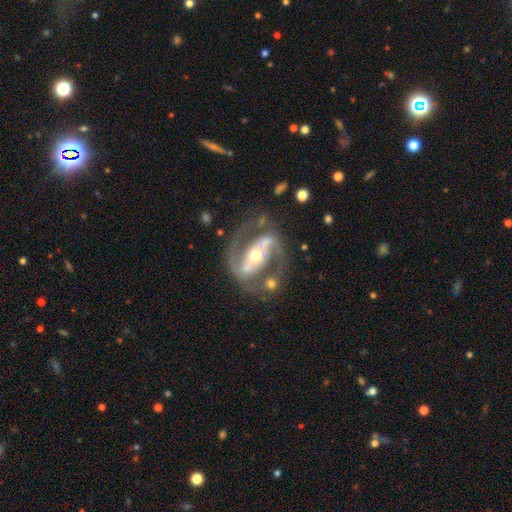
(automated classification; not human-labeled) Smooth or featured: featured or disk — 90% (smooth — 5%)
Edge-on disk: no — 96% (yes — 4%)
Bar: strong — 64% (weak — 20%)
Spiral arms: yes — 96% (no — 4%)
Spiral winding: medium — 58% (tight — 25%)
Spiral arm count: 2 — 92% (can't tell — 2%)
Bulge size: moderate — 58% (small — 35%)
Merging: none — 73% (minor disturbance — 14%)